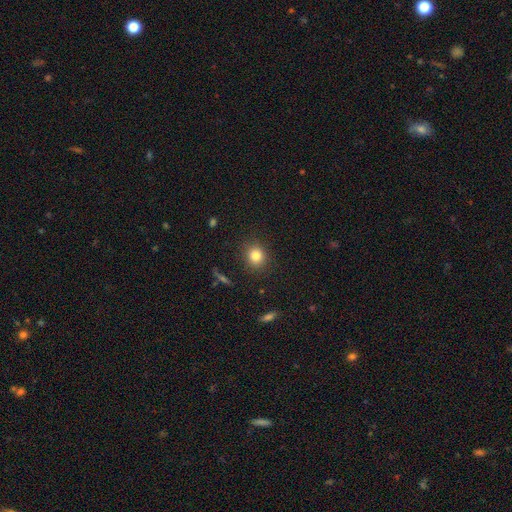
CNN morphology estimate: This is clearly a smooth galaxy (82%). How rounded: likely round (80%). Merging: clearly none (88%).